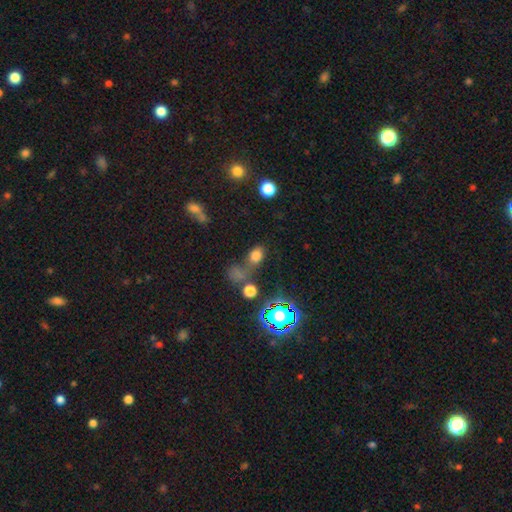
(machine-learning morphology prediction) A smooth galaxy with no disk features (70%) that is in between round and cigar-shaped (70%). Merging: none (45%).